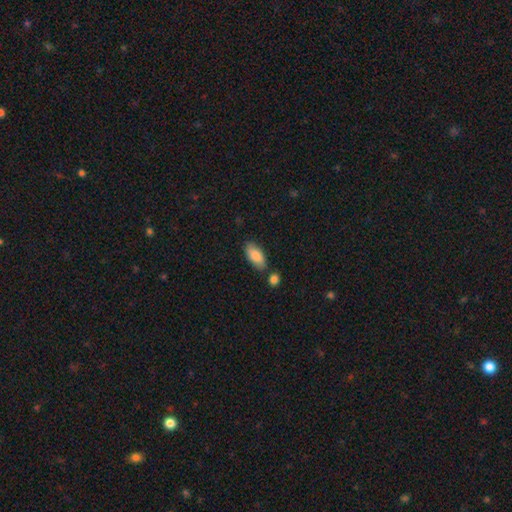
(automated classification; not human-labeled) Smooth or featured? smooth (85%)
How rounded? in between (90%)
Merging? none (73%)